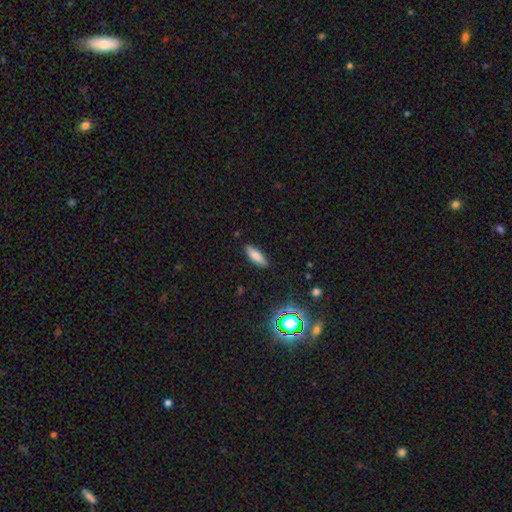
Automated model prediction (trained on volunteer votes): Smooth or featured? Predicted: smooth (p=0.81). How rounded? Predicted: in between (p=0.59). Merging? Predicted: none (p=0.87).